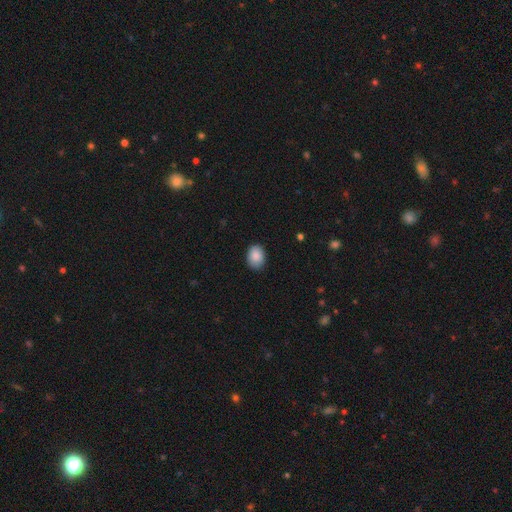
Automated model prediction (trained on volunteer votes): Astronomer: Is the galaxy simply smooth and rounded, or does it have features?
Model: smooth — 89%.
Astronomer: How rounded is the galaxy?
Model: in between — 75%.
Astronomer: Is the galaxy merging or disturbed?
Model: none — 85%.